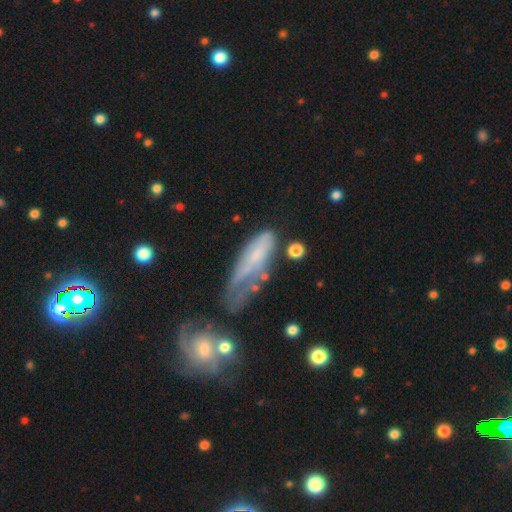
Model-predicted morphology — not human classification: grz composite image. It shows a smooth galaxy with no disk features (51%) that is in between round and cigar-shaped (62%). Merging: major disturbance (33%).